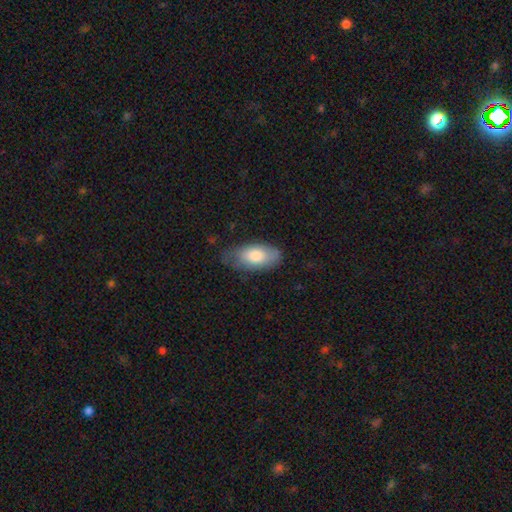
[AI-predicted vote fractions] Smooth or featured? smooth (78%)
How rounded? in between (92%)
Merging? none (60%)